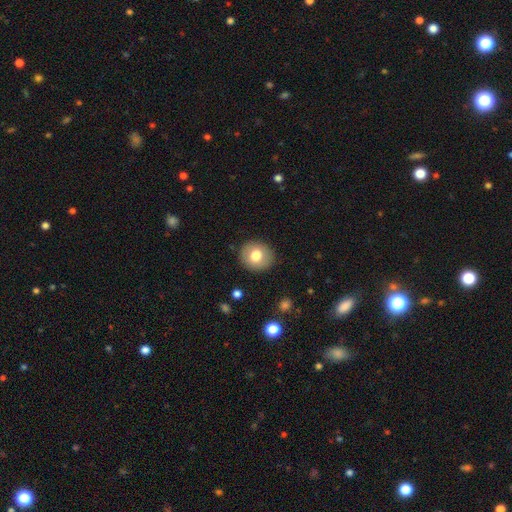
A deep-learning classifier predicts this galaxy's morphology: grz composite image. It shows a smooth galaxy with no disk features (77%) that is round (84%). Merging: none (89%).